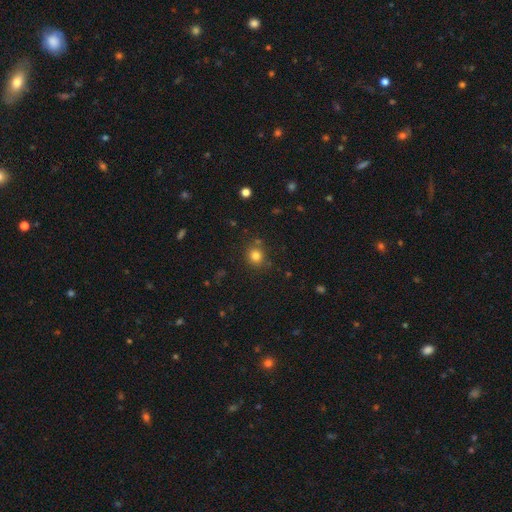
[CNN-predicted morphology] This is likely a smooth galaxy (80%). How rounded: clearly round (84%). Merging: clearly none (81%).